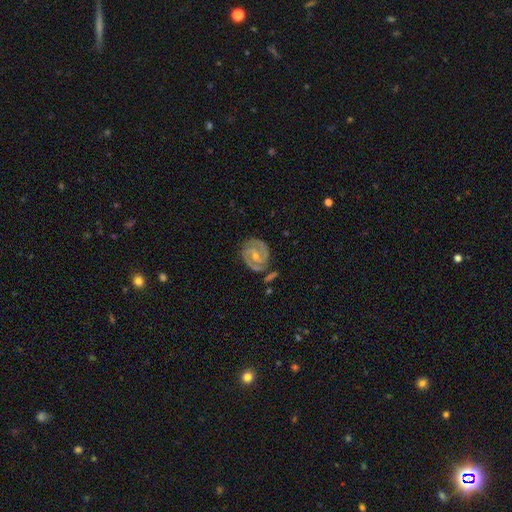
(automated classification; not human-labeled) Q: Smooth or featured?
A: featured or disk (89%); runner-up: star or artifact (6%)
Q: Edge-on disk?
A: no (98%); runner-up: yes (2%)
Q: Bar?
A: weak (42%); tied with: no (42%)
Q: Spiral arms?
A: yes (98%); runner-up: no (2%)
Q: Spiral winding?
A: tight (63%); runner-up: medium (33%)
Q: Spiral arm count?
A: 2 (89%); runner-up: 3 (4%)
Q: Bulge size?
A: small (52%); runner-up: moderate (44%)
Q: Merging?
A: none (77%); runner-up: minor disturbance (14%)